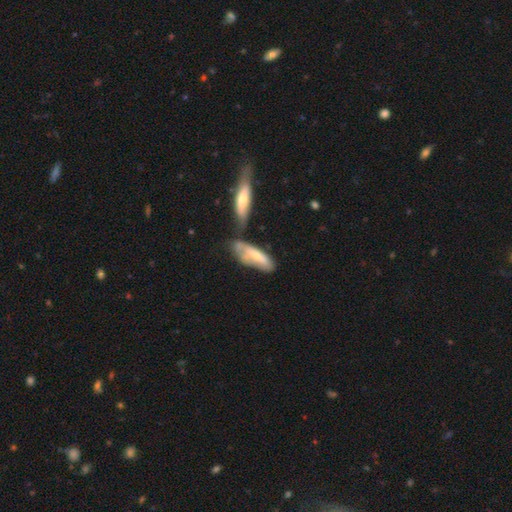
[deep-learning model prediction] smooth 54%, featured or disk 39%, star or artifact 6%. Down the decision tree: how rounded — in between (58%); merging — none (34%).